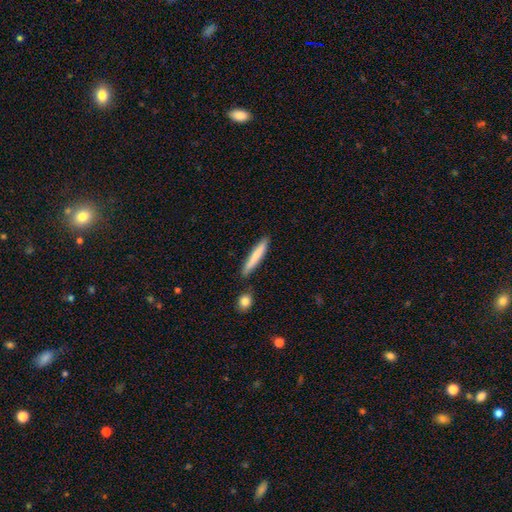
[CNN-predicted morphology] smooth 76%, featured or disk 19%, star or artifact 5%. Down the decision tree: how rounded — cigar-shaped (94%); merging — none (82%).